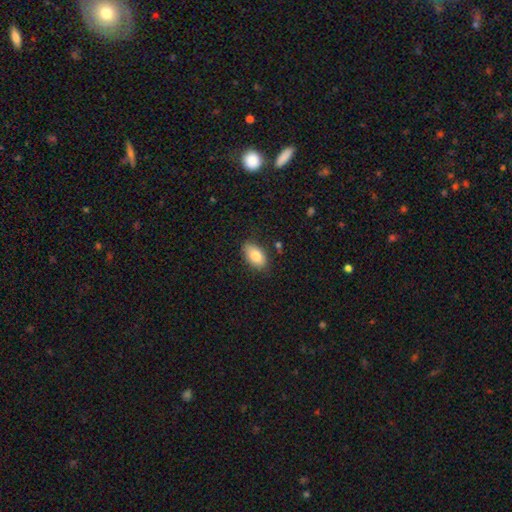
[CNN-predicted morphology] A smooth galaxy with no disk features (82%) that is in between round and cigar-shaped (92%).

Vote fractions:
- Smooth or featured? smooth: 82% / featured or disk: 11% / star or artifact: 7%
- How rounded? in between: 92% / round: 6% / cigar-shaped: 2%
- Merging? none: 82% / minor disturbance: 13% / major disturbance: 3% / merger: 2%